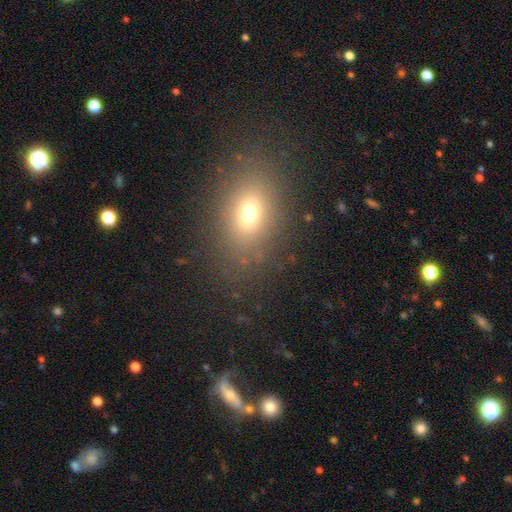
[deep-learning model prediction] Smooth or featured? smooth (63%)
How rounded? in between (74%)
Merging? none (85%)